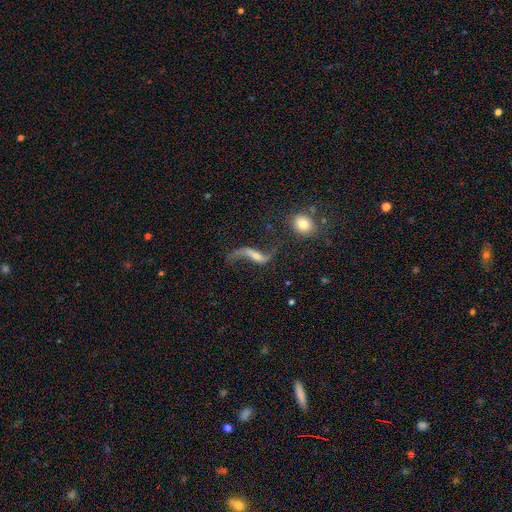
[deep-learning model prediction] featured or disk 80%, smooth 12%, star or artifact 8%. Down the decision tree: edge-on disk — no (90%); bar — weak (36%); spiral arms — yes (91%); spiral arm count — 2 (89%); spiral winding — loose (95%); bulge size — small (47%); merging — none (51%).